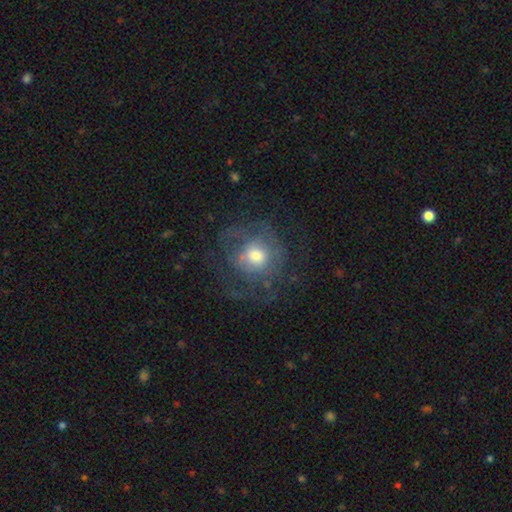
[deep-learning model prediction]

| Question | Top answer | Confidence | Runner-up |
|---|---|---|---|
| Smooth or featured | featured or disk | 50% | smooth (40%) |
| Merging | none | 54% | major disturbance (27%) |